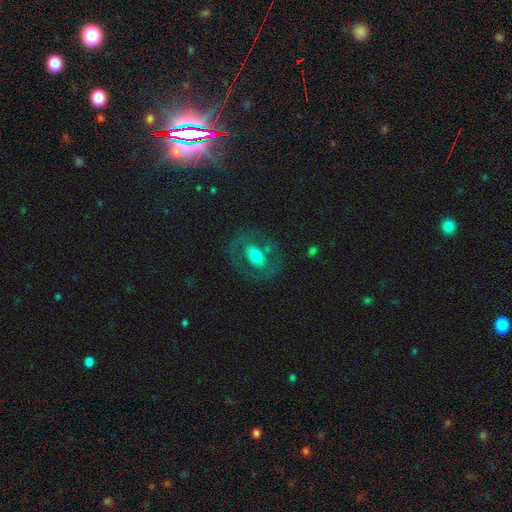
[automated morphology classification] smooth-or-featured: featured or disk: 54% | smooth: 39% | star or artifact: 7%
  disk-edge-on: no: 93% | yes: 7%
    bar: no: 59% | weak: 25% | strong: 16%
    has-spiral-arms: no: 74% | yes: 26%
    bulge-size: moderate: 65% | large: 18% | small: 14% | dominant: 2% | none: 2%
  merging: none: 71% | minor disturbance: 15% | major disturbance: 11% | merger: 3%